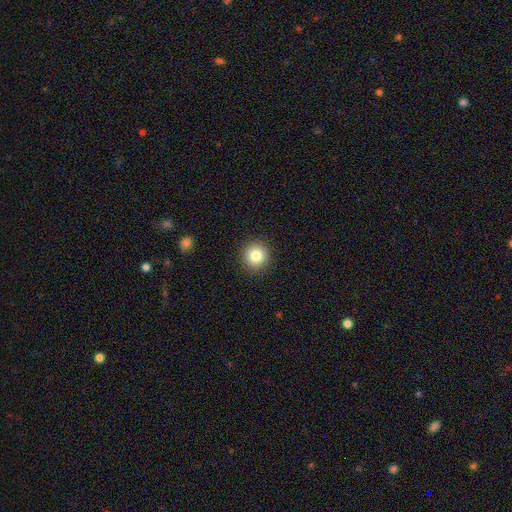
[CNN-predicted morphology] smooth_or_featured: smooth (p=0.83) [alt: star or artifact p=0.10]
how_rounded: round (p=0.93) [alt: in between p=0.06]
merging: none (p=0.91) [alt: minor disturbance p=0.06]